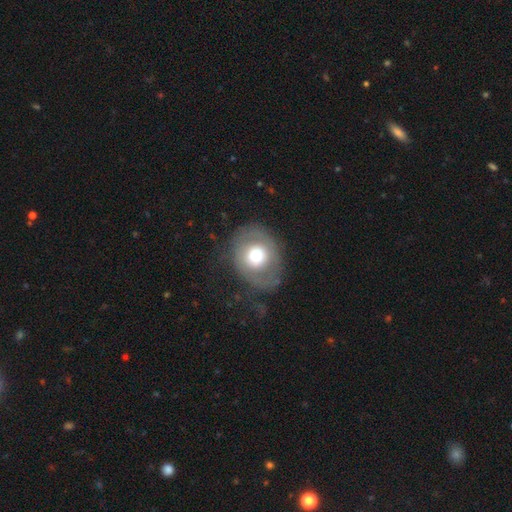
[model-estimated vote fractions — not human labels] Smooth or featured? smooth (53%)
How rounded? round (63%)
Merging? none (59%)